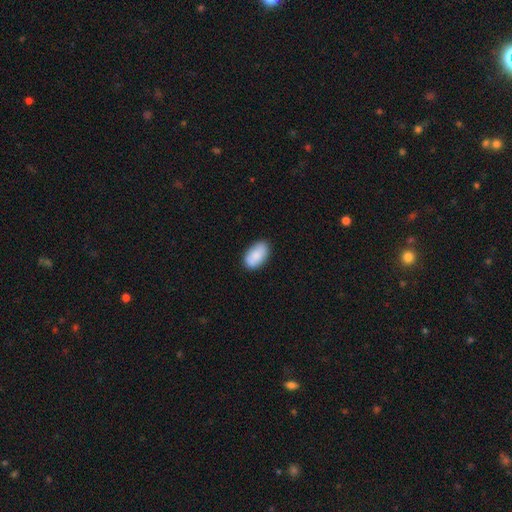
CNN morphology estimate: Q: Smooth or featured?
A: smooth (86%); runner-up: featured or disk (8%)
Q: How rounded?
A: in between (94%); runner-up: round (5%)
Q: Merging?
A: none (83%); runner-up: minor disturbance (14%)